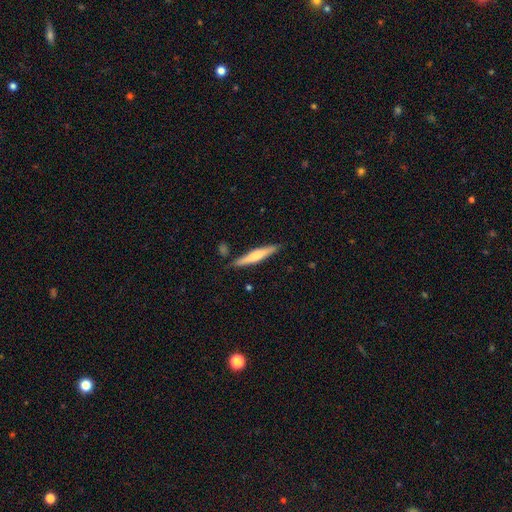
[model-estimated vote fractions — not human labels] Smooth or featured? Predicted: smooth (p=0.51). How rounded? Predicted: cigar-shaped (p=0.91). Merging? Predicted: none (p=0.84).